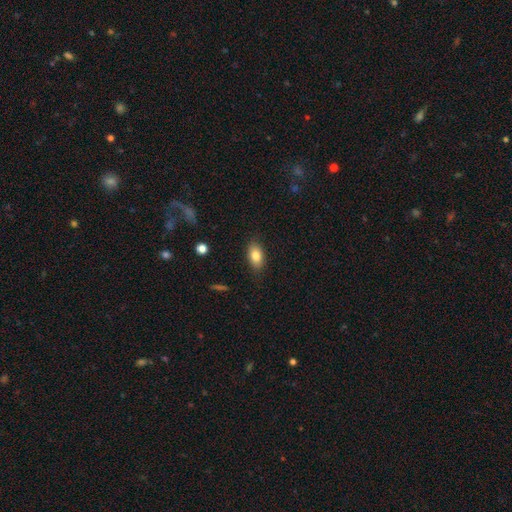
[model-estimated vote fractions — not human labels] smooth-or-featured: smooth: 81% | featured or disk: 11% | star or artifact: 8%
  how-rounded: in between: 89% | round: 7% | cigar-shaped: 4%
  merging: none: 85% | minor disturbance: 12% | major disturbance: 3% | merger: 1%